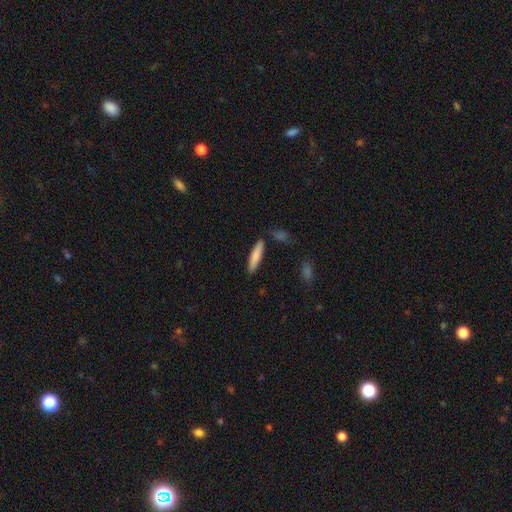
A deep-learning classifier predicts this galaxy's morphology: Smooth or featured? Predicted: smooth (p=0.81). How rounded? Predicted: cigar-shaped (p=0.77). Merging? Predicted: none (p=0.85).